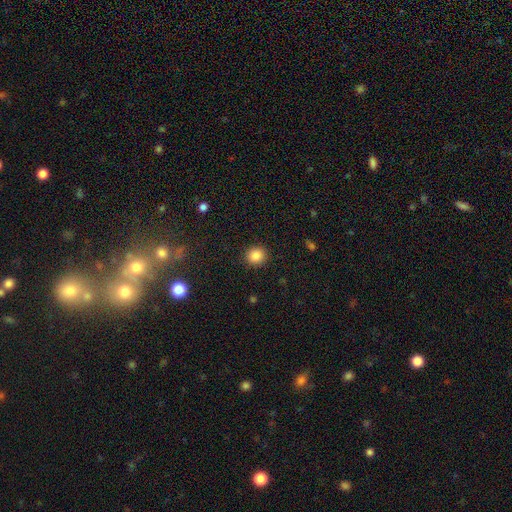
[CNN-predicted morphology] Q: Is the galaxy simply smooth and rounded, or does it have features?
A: smooth — 86%.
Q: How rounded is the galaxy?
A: round — 87%.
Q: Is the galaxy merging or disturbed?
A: none — 91%.